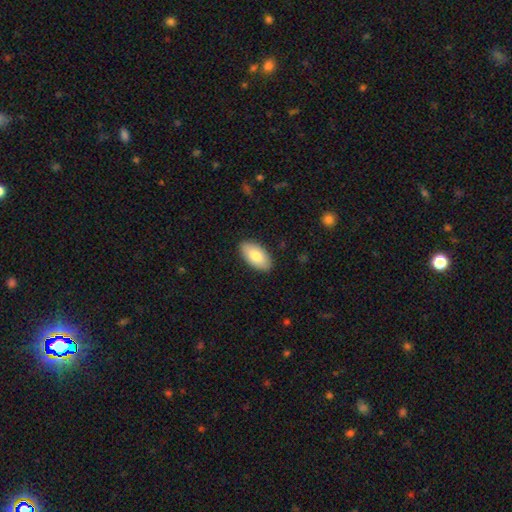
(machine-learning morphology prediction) Smooth or featured? smooth (79%)
How rounded? in between (95%)
Merging? none (89%)